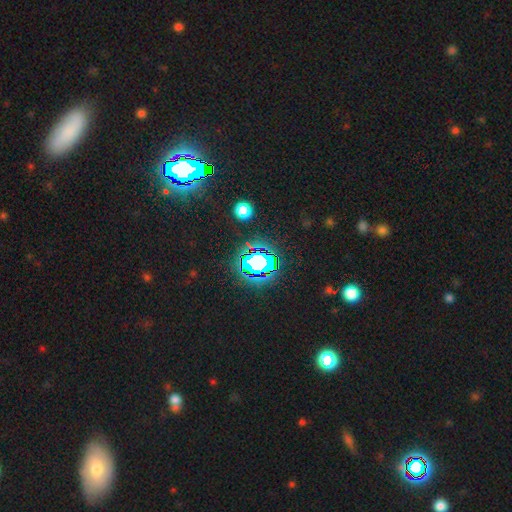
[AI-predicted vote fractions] Smooth or featured? Predicted: star or artifact (p=0.82).